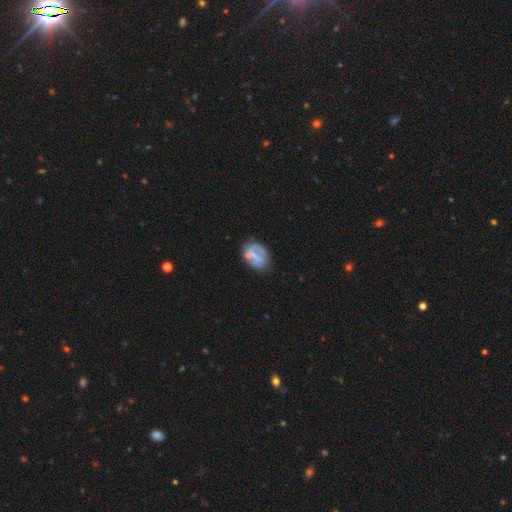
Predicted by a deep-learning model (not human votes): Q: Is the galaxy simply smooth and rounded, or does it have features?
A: featured or disk — 49%.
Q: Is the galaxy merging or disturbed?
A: none — 53%.